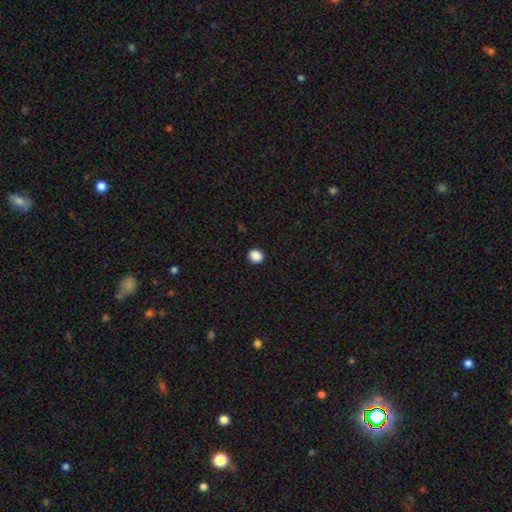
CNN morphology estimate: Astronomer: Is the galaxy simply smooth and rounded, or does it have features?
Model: smooth — 88%.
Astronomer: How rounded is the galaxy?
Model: round — 85%.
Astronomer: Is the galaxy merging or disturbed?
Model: none — 93%.